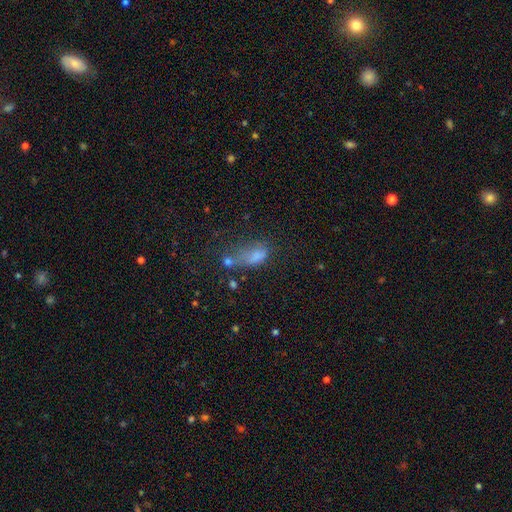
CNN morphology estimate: This appears to be a smooth galaxy with no disk features (61%) that is in between round and cigar-shaped (77%). Merging: none (29%).